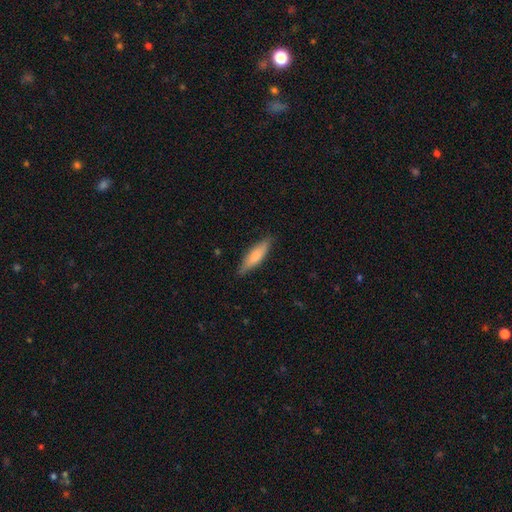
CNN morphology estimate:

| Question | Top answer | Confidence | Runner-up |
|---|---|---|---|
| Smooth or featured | smooth | 73% | featured or disk (22%) |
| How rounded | cigar-shaped | 66% | in between (32%) |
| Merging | none | 85% | minor disturbance (12%) |